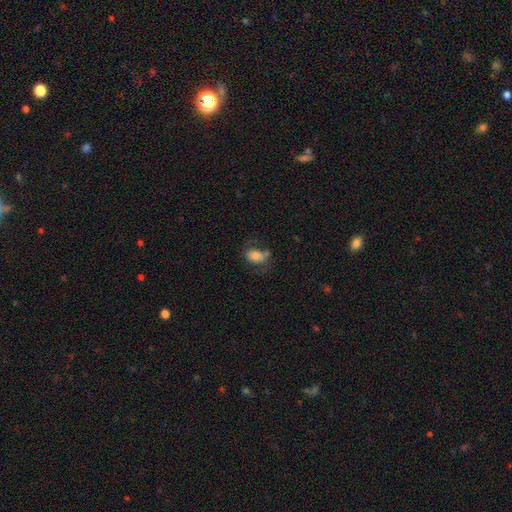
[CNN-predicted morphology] The model was most divided on "merging": none: 46%, minor disturbance: 26%, major disturbance: 20%, merger: 8%. More confident: how rounded — in between (82%); smooth or featured — smooth (72%).